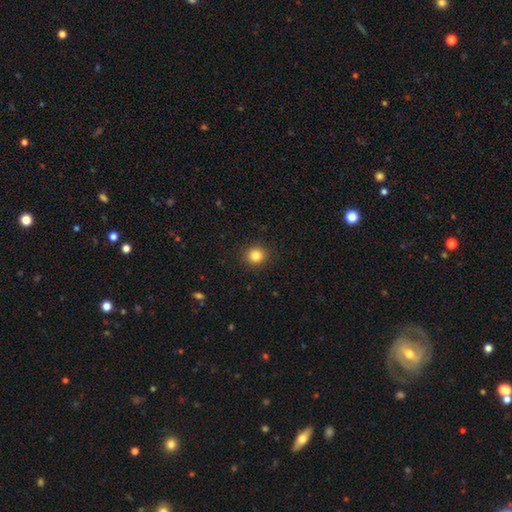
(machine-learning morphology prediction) smooth-or-featured: smooth: 84% | star or artifact: 11% | featured or disk: 5%
  how-rounded: round: 90% | in between: 10% | cigar-shaped: 1%
  merging: none: 92% | minor disturbance: 5% | major disturbance: 2% | merger: 1%